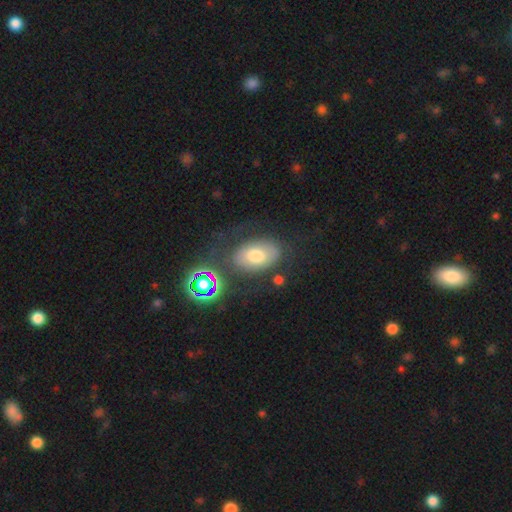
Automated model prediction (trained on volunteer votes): Morphology: type=smooth (61%); roundness=in between (86%); merging=none (67%).